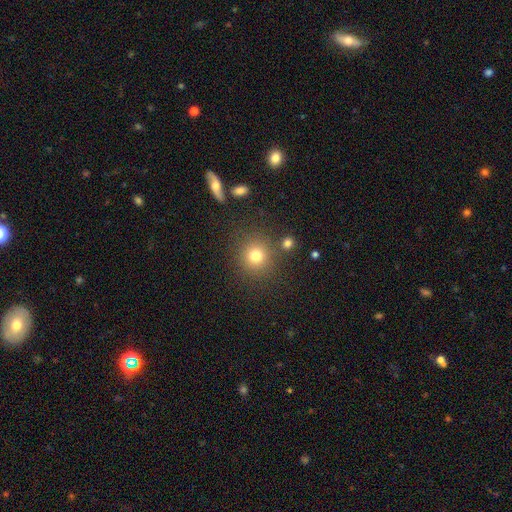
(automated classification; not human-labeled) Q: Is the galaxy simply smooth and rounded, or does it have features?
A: smooth — 78%.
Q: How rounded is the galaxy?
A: round — 91%.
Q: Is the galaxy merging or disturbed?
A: none — 83%.